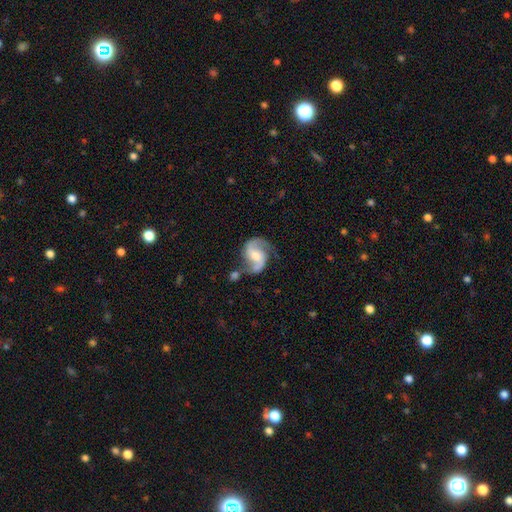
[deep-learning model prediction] Smooth or featured?
  - featured or disk: 88% *
  - smooth: 7%
  - star or artifact: 5%
Edge-on disk?
  - no: 98% *
  - yes: 2%
Bar?
  - weak: 44% *
  - no: 39%
  - strong: 17%
Spiral arms?
  - yes: 97% *
  - no: 3%
Spiral winding?
  - medium: 53% *
  - loose: 32%
  - tight: 14%
Spiral arm count?
  - 2: 92% *
  - 1: 2%
  - can't tell: 2%
  - 3: 2%
  - 4: 1%
  - more than 4: 1%
Bulge size?
  - moderate: 54% *
  - small: 35%
  - large: 6%
  - none: 4%
  - dominant: 1%
Merging?
  - none: 64% *
  - minor disturbance: 19%
  - major disturbance: 9%
  - merger: 8%